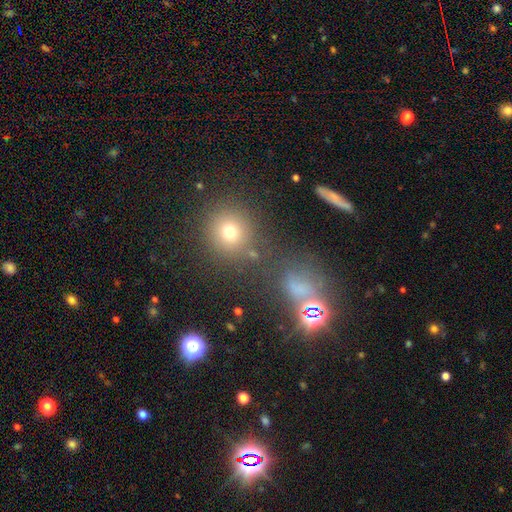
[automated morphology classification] type=smooth (48%); merging=none (72%).